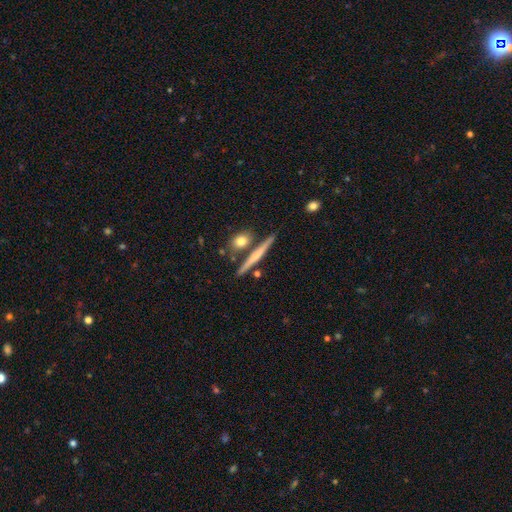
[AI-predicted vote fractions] This appears to be a smooth galaxy with no disk features (49%). Merging: none (79%).